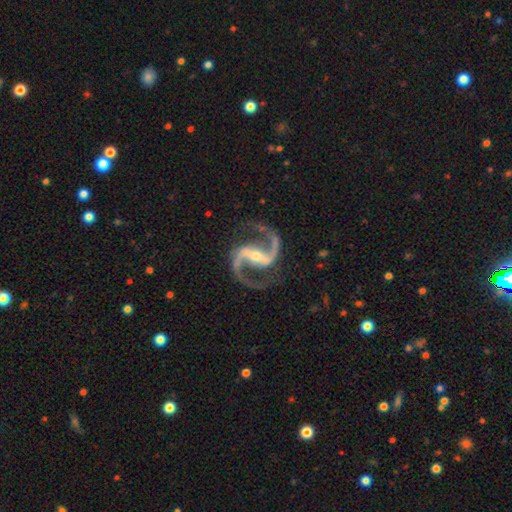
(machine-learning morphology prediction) Smooth or featured? Predicted: featured or disk (p=0.95). Edge-on disk? Predicted: no (p=0.98). Bar? Predicted: strong (p=0.66). Spiral arms? Predicted: yes (p=0.99). Spiral winding? Predicted: medium (p=0.67). Spiral arm count? Predicted: 2 (p=0.95). Bulge size? Predicted: small (p=0.53). Merging? Predicted: none (p=0.85).